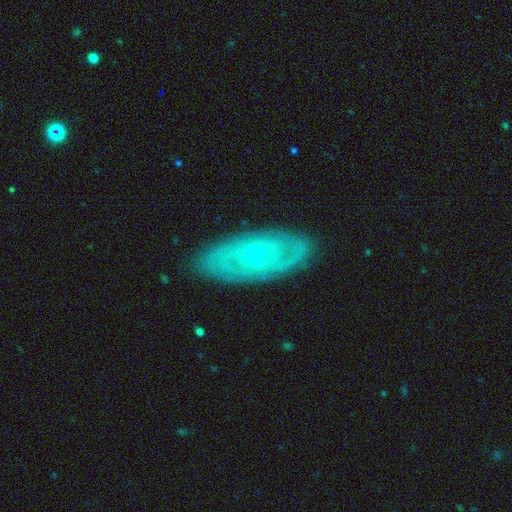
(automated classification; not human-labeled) Smooth or featured? featured or disk (77%)
Edge-on disk? no (89%)
Bar? no (79%)
Spiral arms? yes (75%)
Spiral winding? tight (72%)
Spiral arm count? can't tell (50%)
Bulge size? small (53%)
Merging? none (83%)